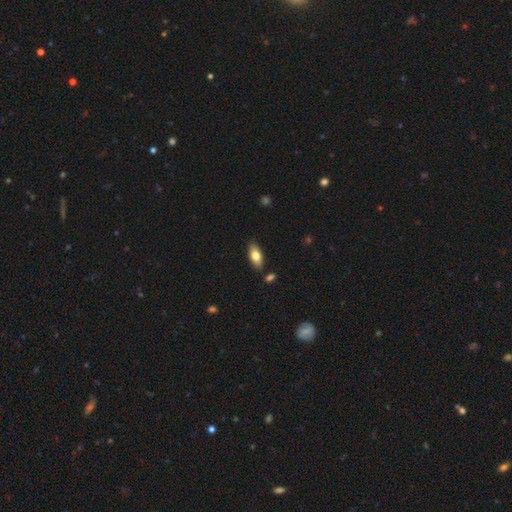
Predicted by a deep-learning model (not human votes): Morphology: type=smooth (78%); roundness=in between (87%); merging=none (84%).